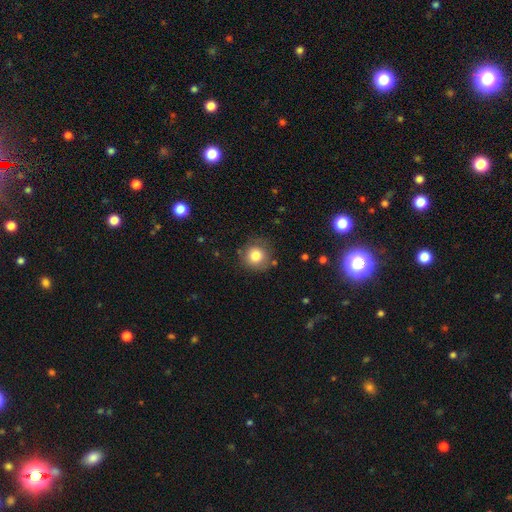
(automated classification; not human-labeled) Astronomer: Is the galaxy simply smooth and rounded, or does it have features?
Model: smooth — 81%.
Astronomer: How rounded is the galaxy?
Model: round — 92%.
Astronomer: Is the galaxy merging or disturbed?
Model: none — 80%.